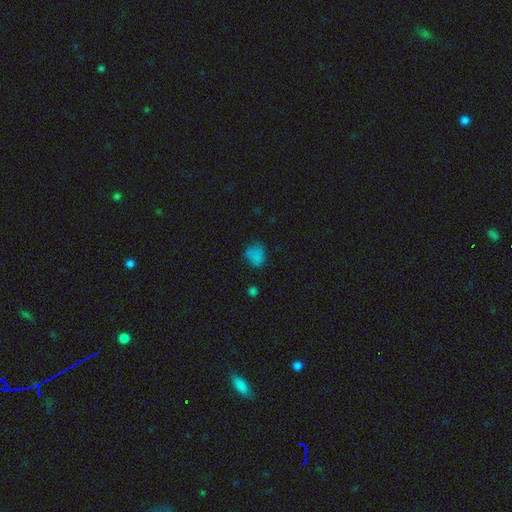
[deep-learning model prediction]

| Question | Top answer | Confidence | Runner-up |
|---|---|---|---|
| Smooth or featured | smooth | 74% | star or artifact (18%) |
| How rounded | round | 58% | in between (41%) |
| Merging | none | 57% | minor disturbance (26%) |